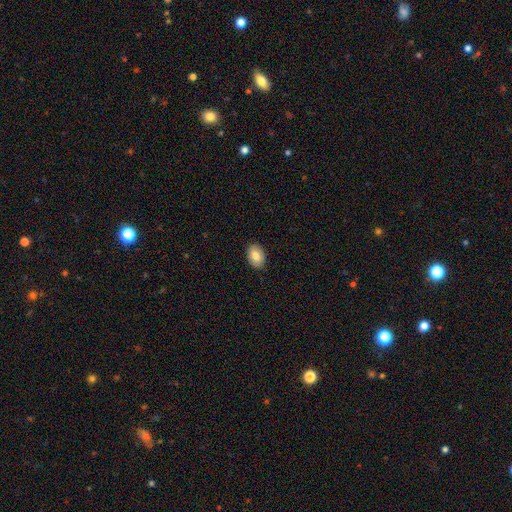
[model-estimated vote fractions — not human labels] A smooth galaxy with no disk features (82%) that is in between round and cigar-shaped (80%). Merging: none (90%).